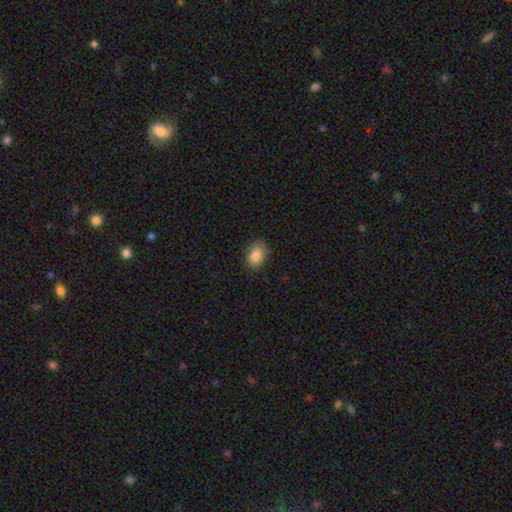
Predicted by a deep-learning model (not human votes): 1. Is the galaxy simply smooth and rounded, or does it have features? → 87% smooth, 8% star or artifact, 6% featured or disk.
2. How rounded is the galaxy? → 85% in between, 14% round, 1% cigar-shaped.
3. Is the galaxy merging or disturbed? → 84% none, 13% minor disturbance, 3% major disturbance, 1% merger.